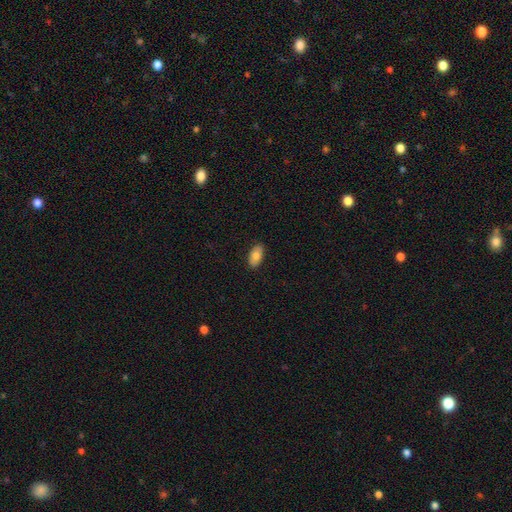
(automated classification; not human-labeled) smooth-or-featured: smooth: 80% | featured or disk: 13% | star or artifact: 6%
  how-rounded: in between: 94% | round: 3% | cigar-shaped: 3%
  merging: none: 88% | minor disturbance: 9% | major disturbance: 2% | merger: 1%